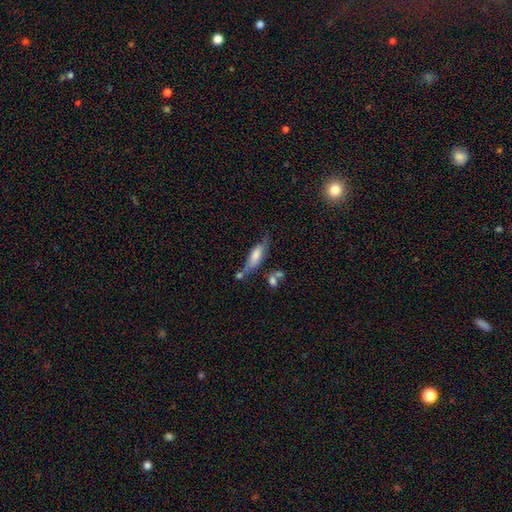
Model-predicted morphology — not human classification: This appears to be a smooth galaxy with no disk features (63%) that is in between round and cigar-shaped (54%). Merging: none (43%).